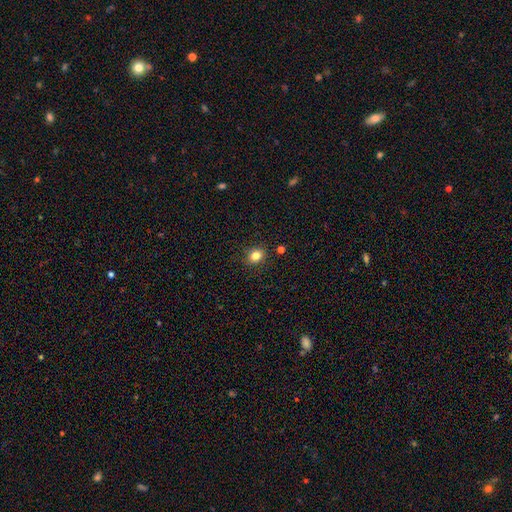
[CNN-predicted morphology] smooth 82%, star or artifact 12%, featured or disk 6%. Down the decision tree: how rounded — round (63%); merging — none (88%).